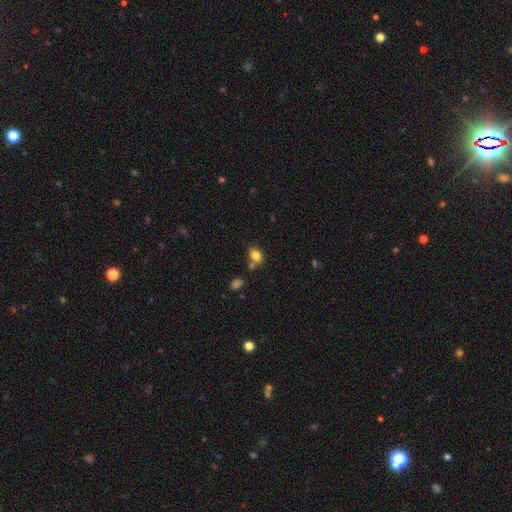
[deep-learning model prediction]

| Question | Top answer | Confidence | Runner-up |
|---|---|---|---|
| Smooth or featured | smooth | 82% | star or artifact (11%) |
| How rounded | in between | 69% | round (30%) |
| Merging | none | 65% | merger (16%) |